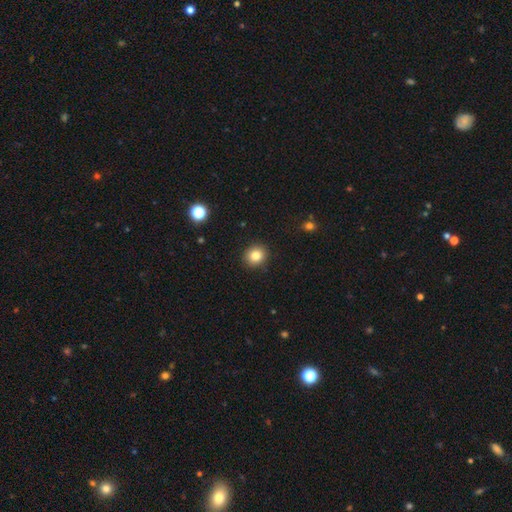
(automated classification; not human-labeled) This appears to be a smooth galaxy with no disk features (83%) that is round (84%). Merging: none (91%).